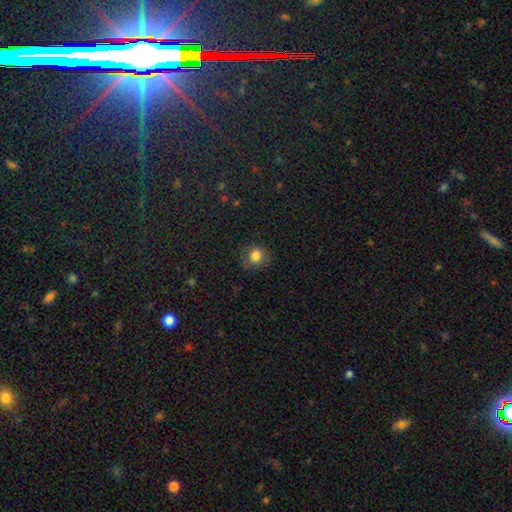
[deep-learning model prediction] Overall: smooth (82%). How rounded: round (79%). Merging: none (77%).